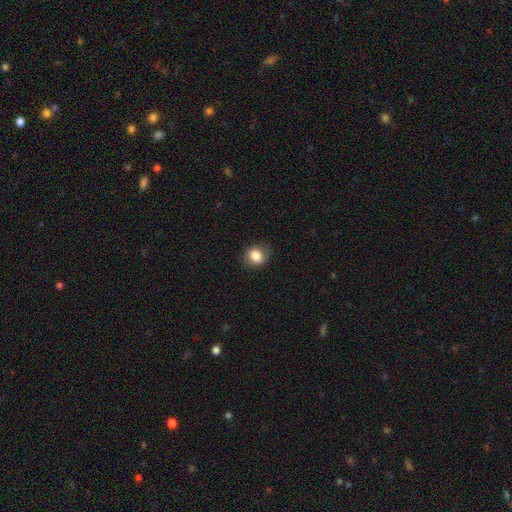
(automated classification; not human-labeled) Q: Smooth or featured?
A: smooth (83%); runner-up: star or artifact (9%)
Q: How rounded?
A: round (66%); runner-up: in between (33%)
Q: Merging?
A: none (84%); runner-up: minor disturbance (12%)